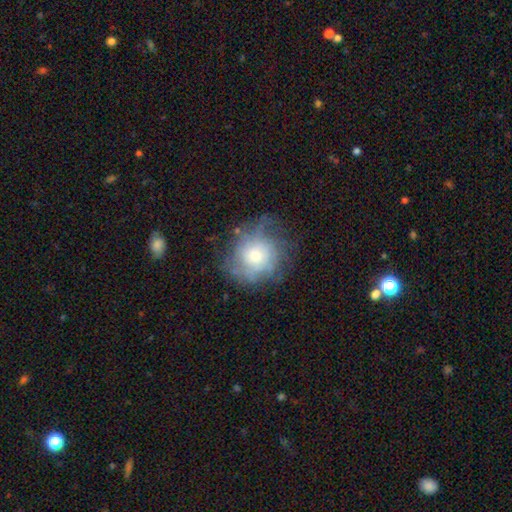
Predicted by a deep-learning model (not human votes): Smooth or featured? Predicted: featured or disk (p=0.50). Edge-on disk? Predicted: no (p=0.97). Merging? Predicted: none (p=0.58).